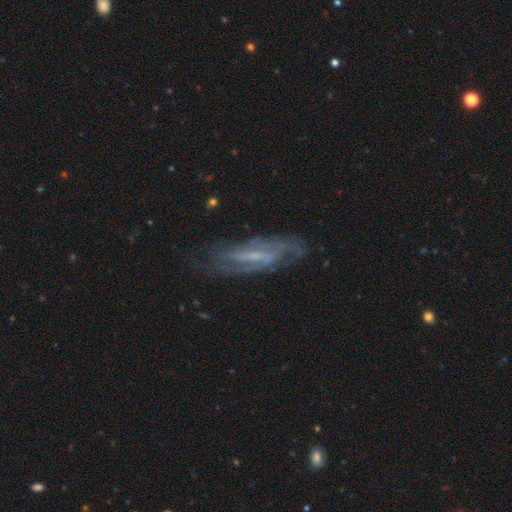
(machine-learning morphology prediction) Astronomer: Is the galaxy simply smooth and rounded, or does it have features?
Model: featured or disk — 77%.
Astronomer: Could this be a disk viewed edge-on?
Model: no — 75%.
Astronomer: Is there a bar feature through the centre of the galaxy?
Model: weak — 42% (runner-up: strong, 36%).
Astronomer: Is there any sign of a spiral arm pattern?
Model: yes — 85%.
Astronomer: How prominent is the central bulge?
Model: small — 46% (runner-up: none, 29%).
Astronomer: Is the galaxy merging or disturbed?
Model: none — 70%.